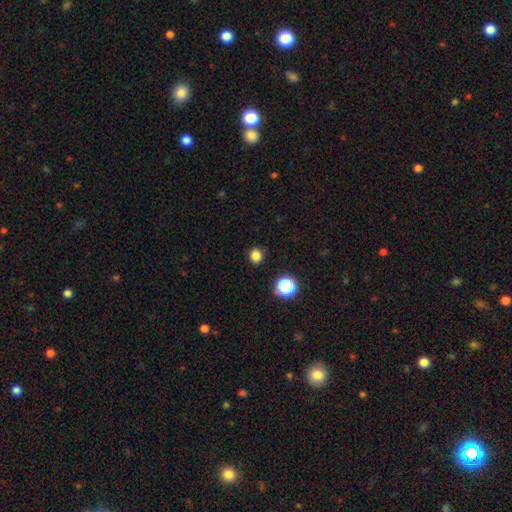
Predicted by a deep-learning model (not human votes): This is clearly a smooth galaxy (82%). How rounded: likely round (79%). Merging: clearly none (88%).